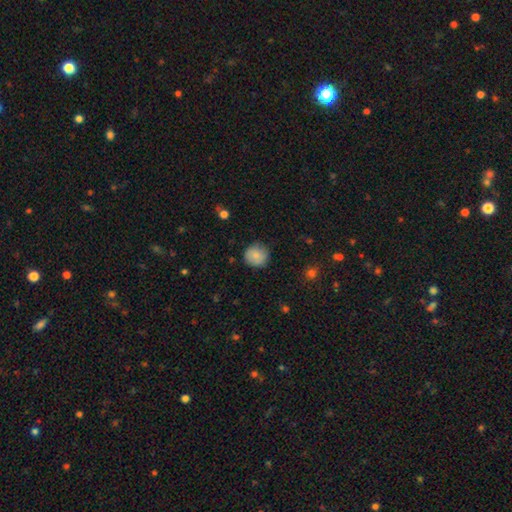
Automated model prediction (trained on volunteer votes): smooth_or_featured: smooth (p=0.84) [alt: featured or disk p=0.08]
how_rounded: round (p=0.91) [alt: in between p=0.08]
merging: none (p=0.83) [alt: minor disturbance p=0.13]